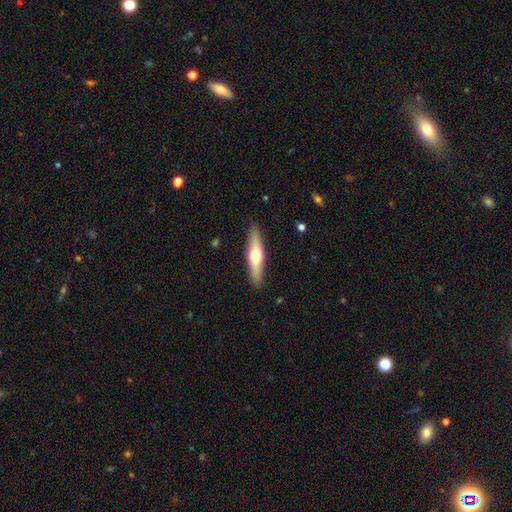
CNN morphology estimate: smooth-or-featured: featured or disk: 49% | smooth: 45% | star or artifact: 5%
  merging: none: 89% | minor disturbance: 8% | major disturbance: 2% | merger: 1%